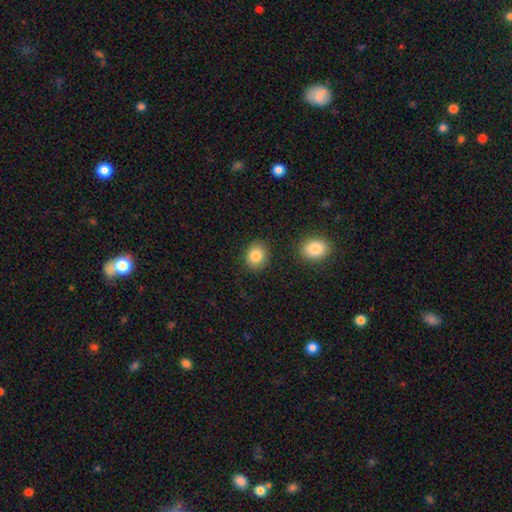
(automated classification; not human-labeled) Smooth or featured: smooth — 85% (star or artifact — 9%)
How rounded: round — 64% (in between — 35%)
Merging: none — 85% (minor disturbance — 9%)